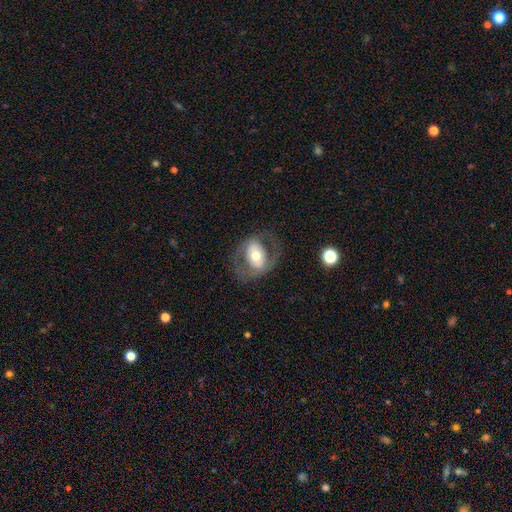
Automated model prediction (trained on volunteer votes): Smooth or featured? Predicted: featured or disk (p=0.60). Edge-on disk? Predicted: no (p=0.94). Bar? Predicted: no (p=0.50). Spiral arms? Predicted: no (p=0.55). Bulge size? Predicted: moderate (p=0.68). Merging? Predicted: none (p=0.67).